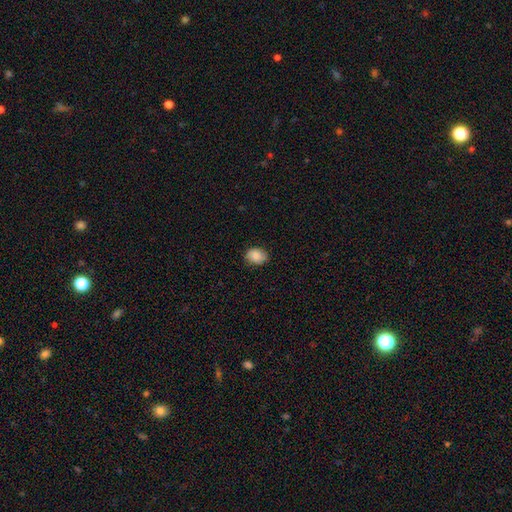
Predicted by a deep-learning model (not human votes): Smooth or featured?
  - smooth: 87% *
  - star or artifact: 7%
  - featured or disk: 6%
How rounded?
  - in between: 58% *
  - round: 41%
  - cigar-shaped: 1%
Merging?
  - none: 85% *
  - minor disturbance: 12%
  - major disturbance: 2%
  - merger: 1%